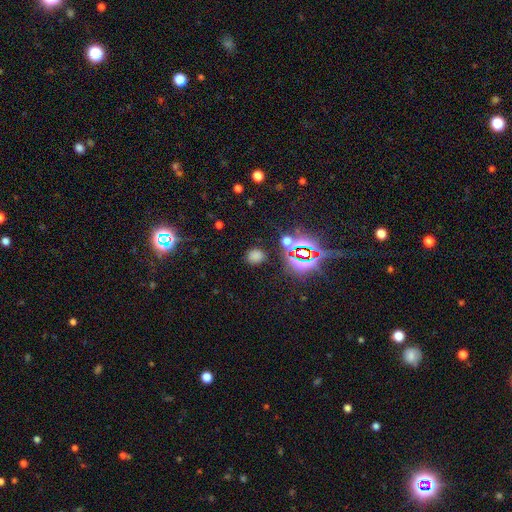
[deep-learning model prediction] smooth-or-featured: smooth: 63% | star or artifact: 31% | featured or disk: 6%
  how-rounded: round: 64% | in between: 35% | cigar-shaped: 1%
  merging: none: 82% | minor disturbance: 11% | major disturbance: 4% | merger: 3%